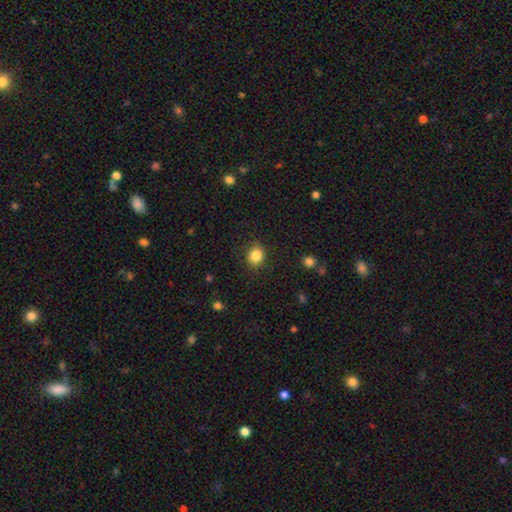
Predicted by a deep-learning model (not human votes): Smooth or featured? Predicted: smooth (p=0.85). How rounded? Predicted: round (p=0.69). Merging? Predicted: none (p=0.87).